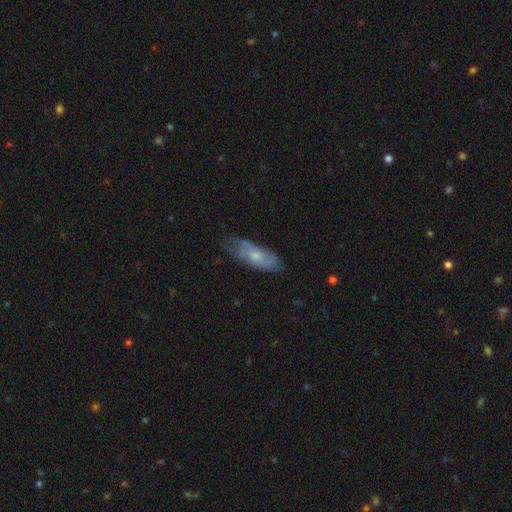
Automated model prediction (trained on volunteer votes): Smooth or featured? Predicted: featured or disk (p=0.47). Merging? Predicted: none (p=0.59).